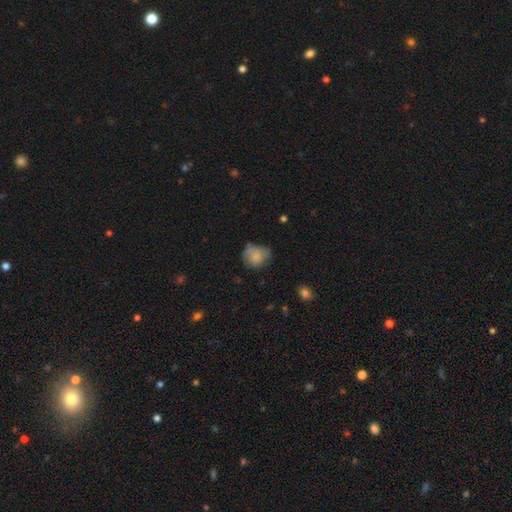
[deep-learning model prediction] Smooth or featured? smooth (76%)
How rounded? round (71%)
Merging? none (51%)